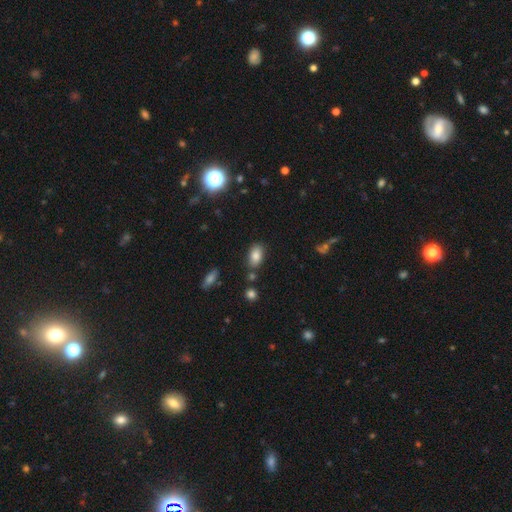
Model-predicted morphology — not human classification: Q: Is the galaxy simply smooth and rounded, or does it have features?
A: smooth — 83%.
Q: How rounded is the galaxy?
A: in between — 90%.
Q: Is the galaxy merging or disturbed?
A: none — 77%.